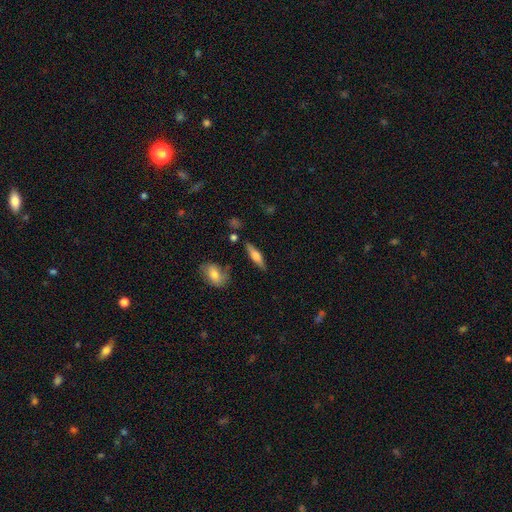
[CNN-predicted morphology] This is possibly a smooth galaxy (49%). Merging: clearly none (83%).